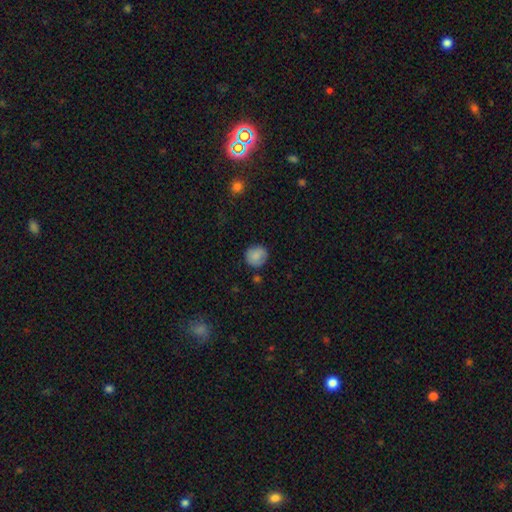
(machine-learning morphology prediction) smooth 85%, star or artifact 8%, featured or disk 7%. Down the decision tree: how rounded — round (87%); merging — none (81%).